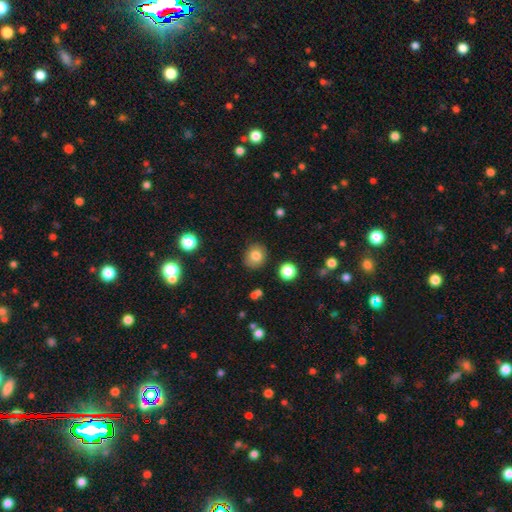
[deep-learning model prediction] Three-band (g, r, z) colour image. It shows a smooth galaxy with no disk features (80%) that is round (70%). Merging: none (85%).